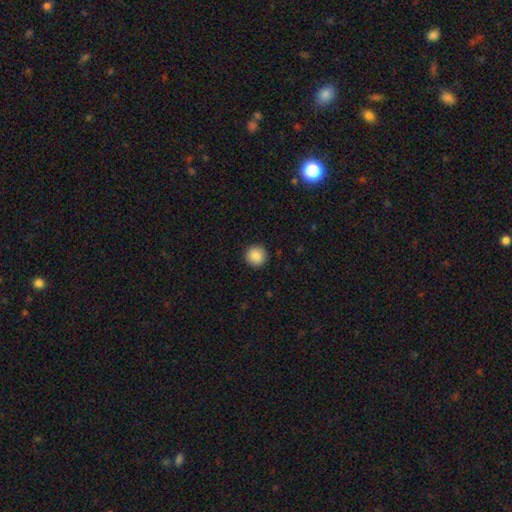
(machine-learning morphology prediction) A smooth galaxy with no disk features (88%) that is round (94%). Merging: none (92%).